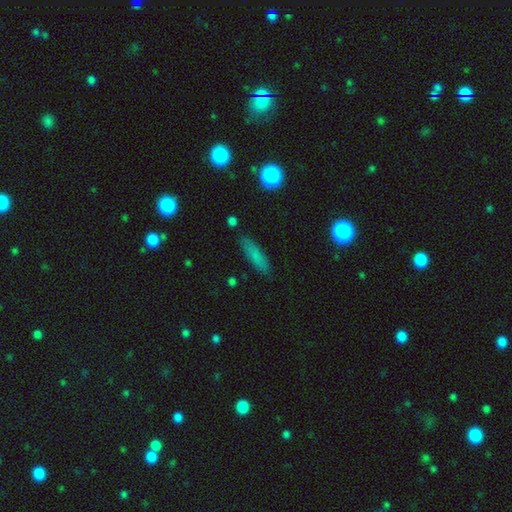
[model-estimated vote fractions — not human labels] This appears to be a smooth galaxy with no disk features (72%) that is cigar-shaped (69%). Merging: none (83%).